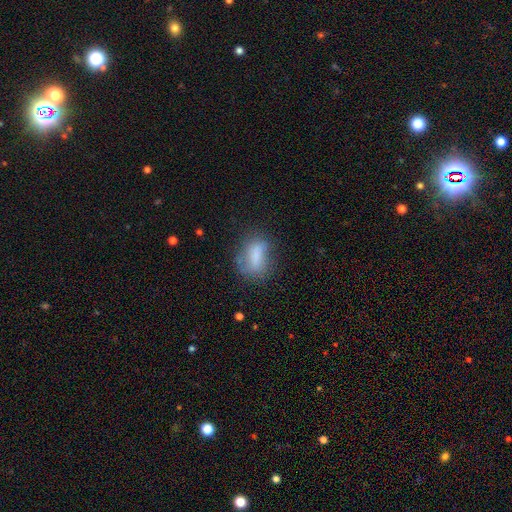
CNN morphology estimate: A smooth galaxy with no disk features (73%) that is in between round and cigar-shaped (78%).

Vote fractions:
- Smooth or featured? smooth: 73% / featured or disk: 18% / star or artifact: 10%
- How rounded? in between: 78% / round: 12% / cigar-shaped: 10%
- Merging? none: 56% / minor disturbance: 26% / major disturbance: 14% / merger: 4%